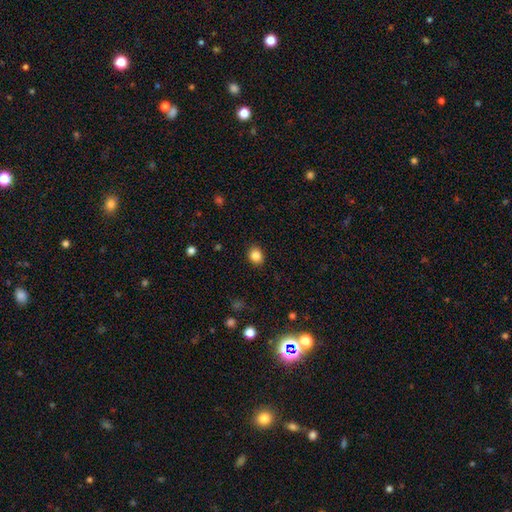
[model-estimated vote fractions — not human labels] A smooth galaxy with no disk features (85%) that is round (60%). Merging: none (88%).